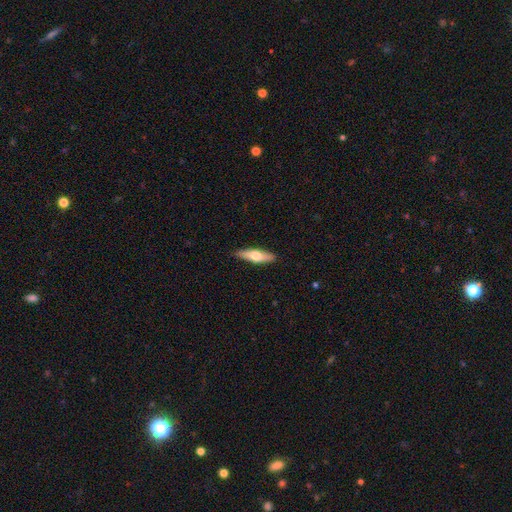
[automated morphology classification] Q: Smooth or featured?
A: smooth (57%); runner-up: featured or disk (37%)
Q: How rounded?
A: cigar-shaped (61%); runner-up: in between (37%)
Q: Merging?
A: none (89%); runner-up: minor disturbance (9%)